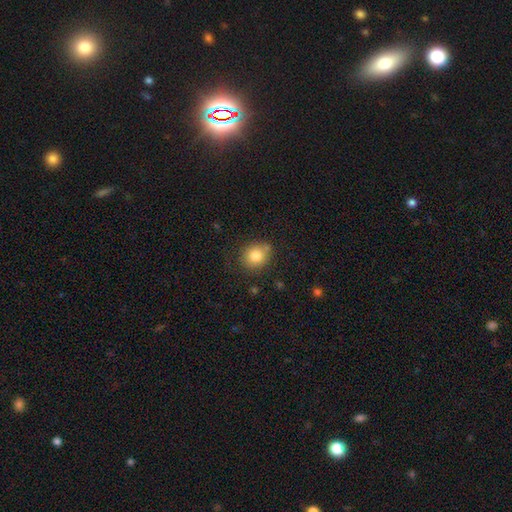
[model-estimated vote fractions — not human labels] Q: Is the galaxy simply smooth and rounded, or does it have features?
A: smooth — 81%.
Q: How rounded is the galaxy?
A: round — 77%.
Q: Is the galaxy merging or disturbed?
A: none — 74%.